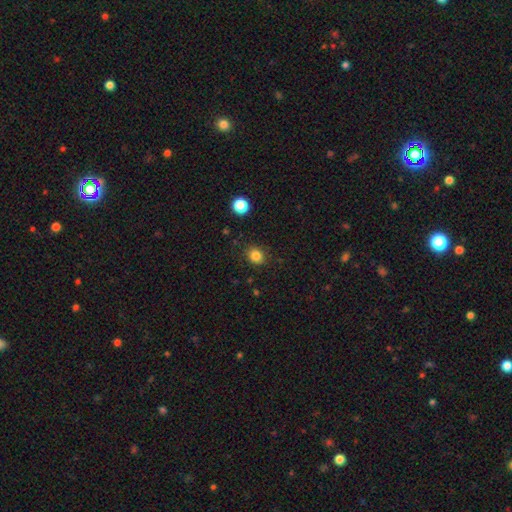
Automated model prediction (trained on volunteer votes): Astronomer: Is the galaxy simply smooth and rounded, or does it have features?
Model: smooth — 83%.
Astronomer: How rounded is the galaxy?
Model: round — 70%.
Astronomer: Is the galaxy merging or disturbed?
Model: none — 85%.